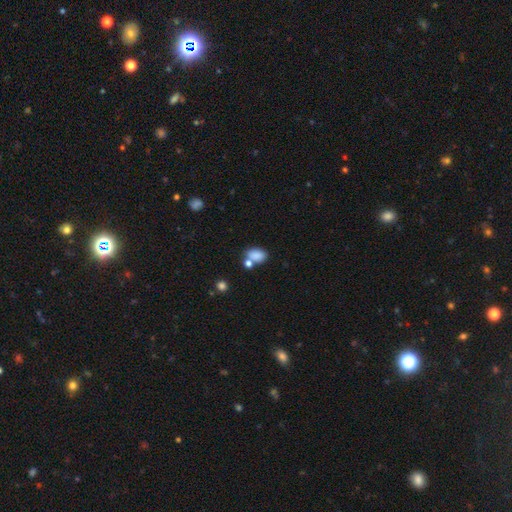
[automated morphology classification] Smooth or featured?
  - smooth: 83% *
  - star or artifact: 10%
  - featured or disk: 7%
How rounded?
  - in between: 82% *
  - round: 16%
  - cigar-shaped: 2%
Merging?
  - none: 50% *
  - merger: 31%
  - minor disturbance: 14%
  - major disturbance: 5%